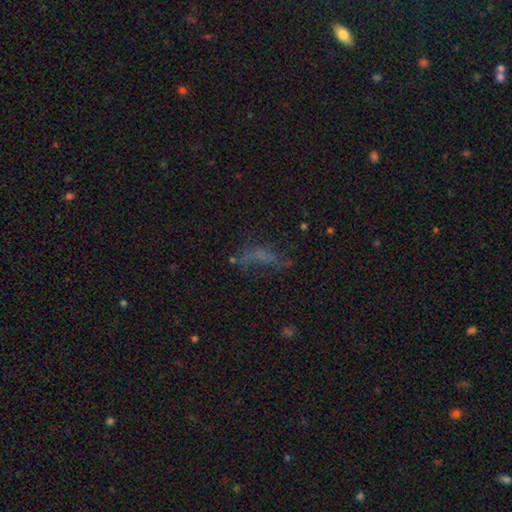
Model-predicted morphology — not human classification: type=smooth (41%); merging=none (38%).